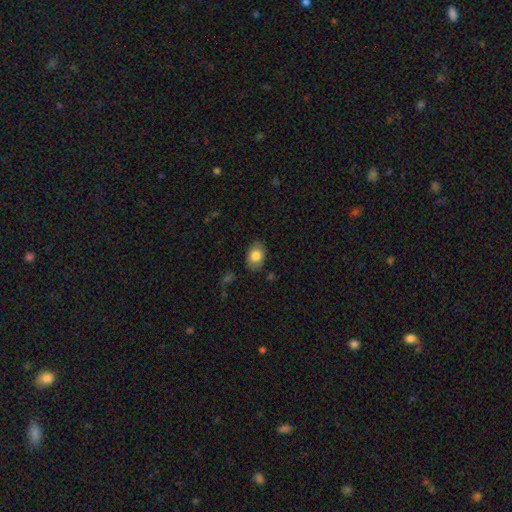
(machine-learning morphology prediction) This is clearly a smooth galaxy (81%). How rounded: clearly in between (81%). Merging: clearly none (84%).